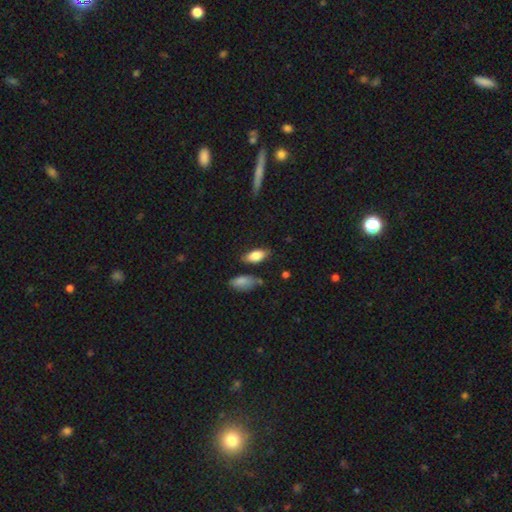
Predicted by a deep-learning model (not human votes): Q: Smooth or featured?
A: smooth (83%); runner-up: featured or disk (10%)
Q: How rounded?
A: in between (89%); runner-up: cigar-shaped (8%)
Q: Merging?
A: none (74%); runner-up: minor disturbance (17%)